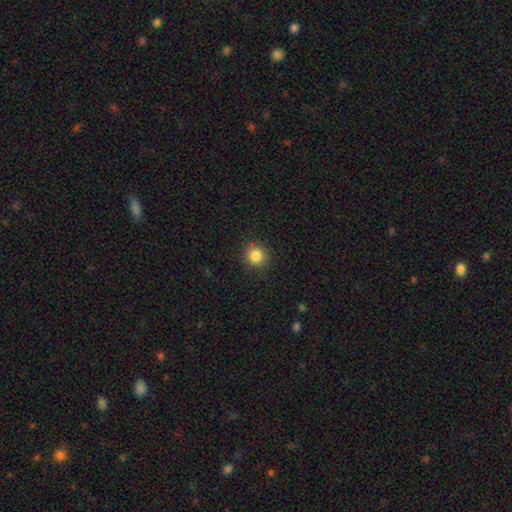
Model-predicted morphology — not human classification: Smooth or featured?
  - smooth: 85% *
  - star or artifact: 11%
  - featured or disk: 4%
How rounded?
  - round: 93% *
  - in between: 6%
  - cigar-shaped: 1%
Merging?
  - none: 91% *
  - minor disturbance: 6%
  - major disturbance: 2%
  - merger: 1%